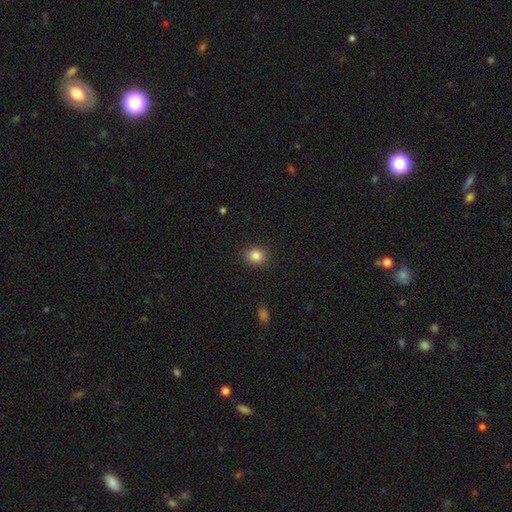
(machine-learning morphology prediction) Smooth or featured? smooth (86%)
How rounded? round (76%)
Merging? none (89%)